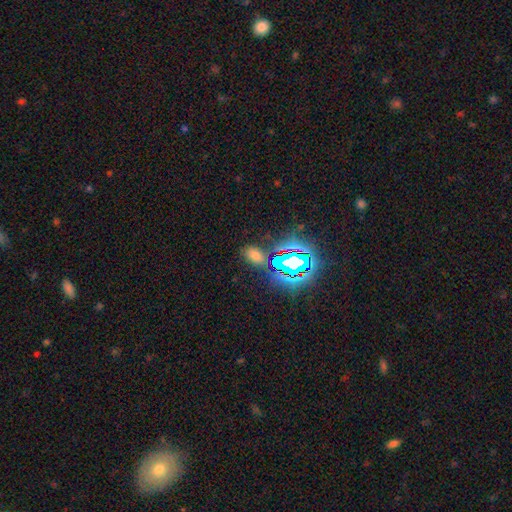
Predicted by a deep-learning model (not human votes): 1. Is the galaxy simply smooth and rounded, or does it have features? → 56% smooth, 36% star or artifact, 8% featured or disk.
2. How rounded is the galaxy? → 84% in between, 13% round, 3% cigar-shaped.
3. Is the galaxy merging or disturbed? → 79% none, 12% minor disturbance, 5% major disturbance, 5% merger.